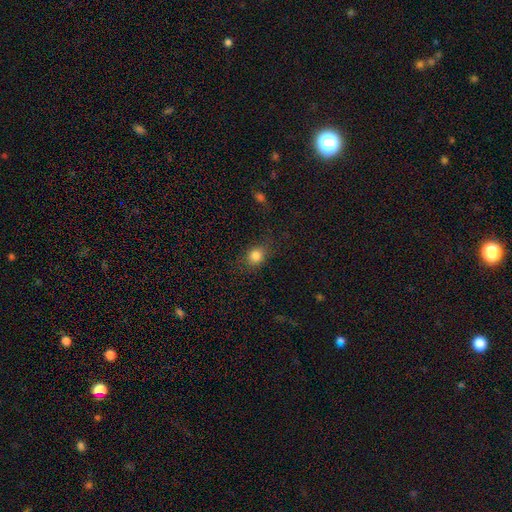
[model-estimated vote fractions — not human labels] This appears to be a smooth galaxy with no disk features (81%) that is round (62%). Merging: none (76%).